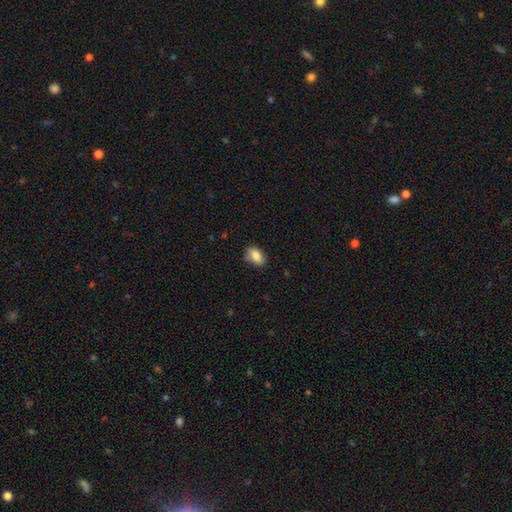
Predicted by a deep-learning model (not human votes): Q: Smooth or featured?
A: smooth (84%); runner-up: featured or disk (8%)
Q: How rounded?
A: in between (86%); runner-up: round (11%)
Q: Merging?
A: none (73%); runner-up: minor disturbance (21%)